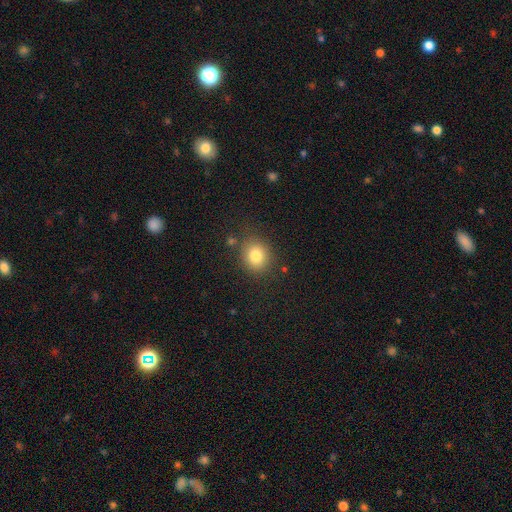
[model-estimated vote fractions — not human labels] Q: Smooth or featured?
A: smooth (80%); runner-up: star or artifact (11%)
Q: How rounded?
A: round (74%); runner-up: in between (26%)
Q: Merging?
A: none (83%); runner-up: minor disturbance (10%)